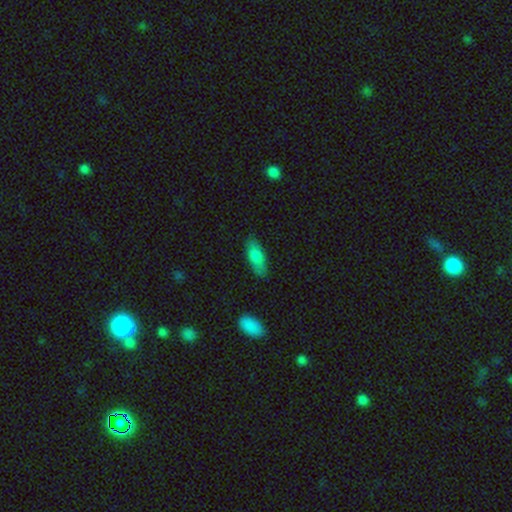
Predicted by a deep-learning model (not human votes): smooth_or_featured: smooth (p=0.80) [alt: featured or disk p=0.13]
how_rounded: in between (p=0.74) [alt: cigar-shaped p=0.24]
merging: none (p=0.80) [alt: minor disturbance p=0.15]